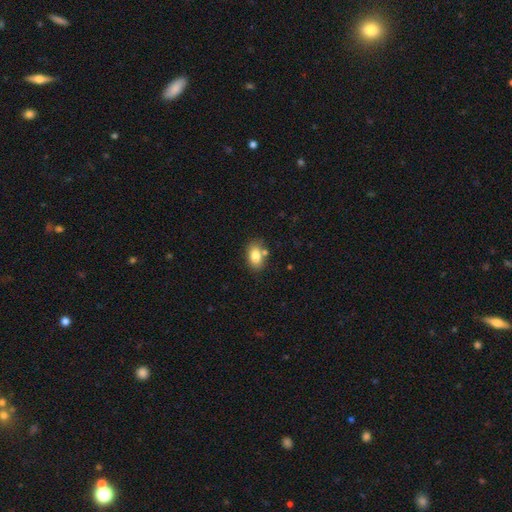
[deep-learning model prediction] Smooth or featured: smooth — 82% (featured or disk — 10%)
How rounded: in between — 85% (round — 13%)
Merging: none — 70% (minor disturbance — 15%)